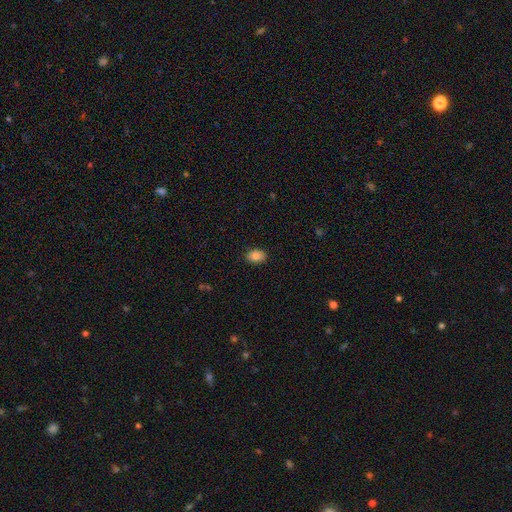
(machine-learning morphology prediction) Smooth or featured?
  - smooth: 84% *
  - star or artifact: 9%
  - featured or disk: 7%
How rounded?
  - in between: 77% *
  - round: 21%
  - cigar-shaped: 1%
Merging?
  - none: 88% *
  - minor disturbance: 9%
  - major disturbance: 2%
  - merger: 1%